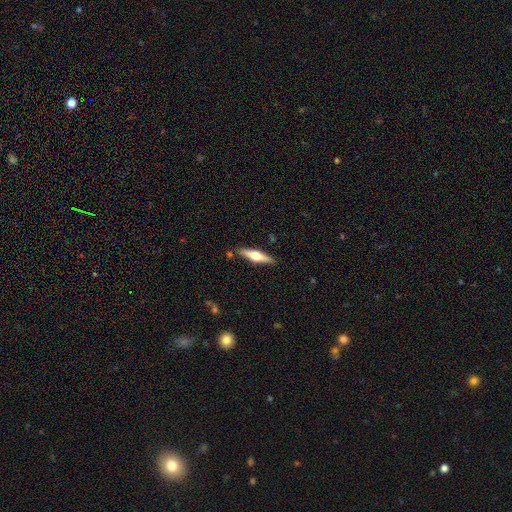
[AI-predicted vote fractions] smooth_or_featured: featured or disk (p=0.61) [alt: smooth p=0.34]
disk_edge_on: yes (p=0.96) [alt: no p=0.04]
edge_on_bulge: rounded (p=0.93) [alt: boxy p=0.05]
merging: none (p=0.87) [alt: minor disturbance p=0.09]